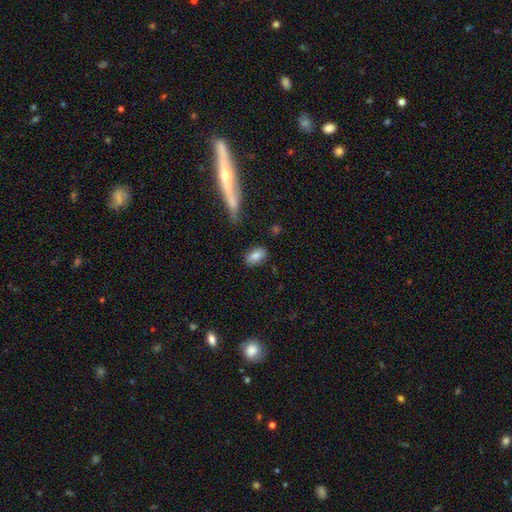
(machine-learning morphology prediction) Q: Smooth or featured?
A: smooth (81%); runner-up: featured or disk (11%)
Q: How rounded?
A: in between (88%); runner-up: round (7%)
Q: Merging?
A: none (83%); runner-up: minor disturbance (12%)